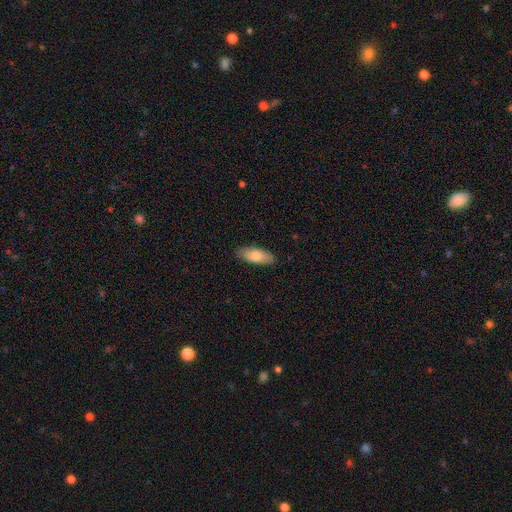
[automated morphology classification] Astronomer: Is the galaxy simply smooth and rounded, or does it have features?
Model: smooth — 75%.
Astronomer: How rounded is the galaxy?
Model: in between — 81%.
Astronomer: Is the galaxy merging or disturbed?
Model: none — 87%.